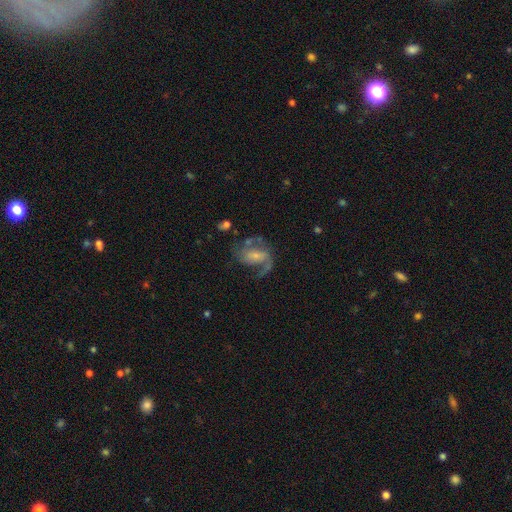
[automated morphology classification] Smooth or featured?
  - featured or disk: 80% *
  - smooth: 13%
  - star or artifact: 7%
Edge-on disk?
  - no: 97% *
  - yes: 3%
Bar?
  - weak: 43% *
  - no: 37%
  - strong: 20%
Spiral arms?
  - yes: 92% *
  - no: 8%
Spiral winding?
  - medium: 46% *
  - loose: 40%
  - tight: 14%
Spiral arm count?
  - 2: 62% *
  - 1: 23%
  - can't tell: 7%
  - 3: 4%
  - 4: 2%
  - more than 4: 2%
Bulge size?
  - small: 60% *
  - moderate: 23%
  - none: 12%
  - large: 4%
  - dominant: 2%
Merging?
  - none: 49% *
  - major disturbance: 29%
  - minor disturbance: 18%
  - merger: 4%